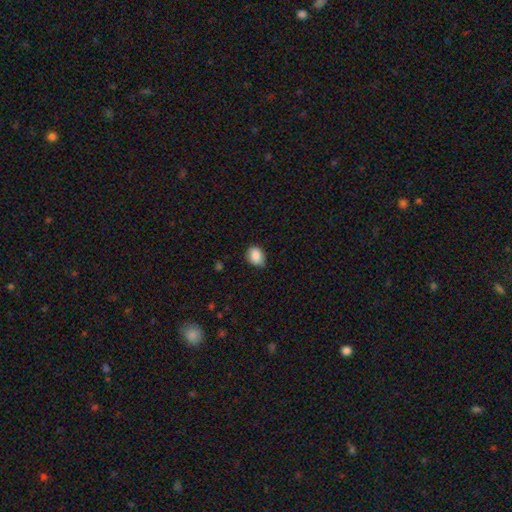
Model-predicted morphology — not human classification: Overall: smooth (85%). How rounded: in between (58%; round 41%). Merging: none (75%).